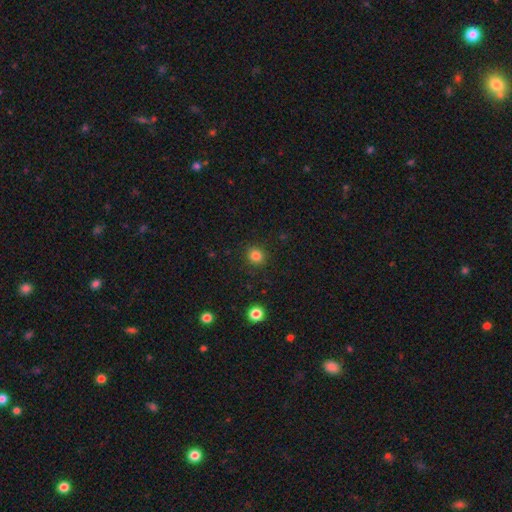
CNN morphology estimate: Smooth or featured? smooth (83%)
How rounded? round (89%)
Merging? none (90%)